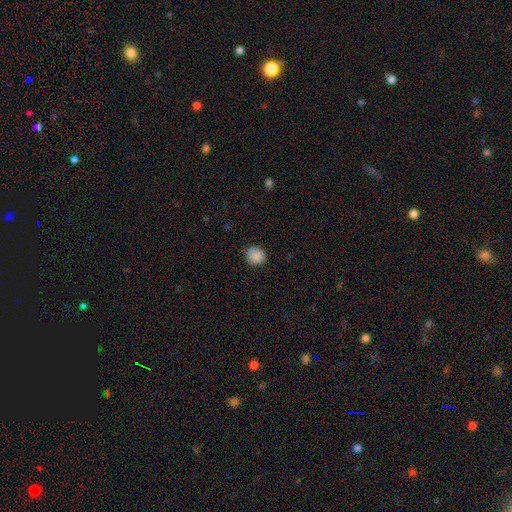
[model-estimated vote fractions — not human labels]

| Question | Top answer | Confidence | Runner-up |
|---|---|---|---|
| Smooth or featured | smooth | 87% | star or artifact (9%) |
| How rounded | round | 81% | in between (18%) |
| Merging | none | 76% | minor disturbance (20%) |